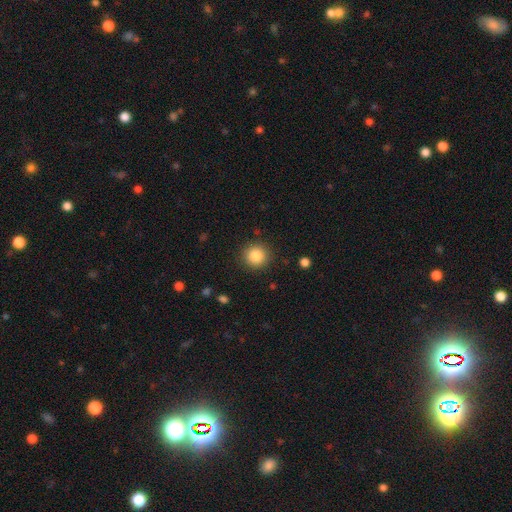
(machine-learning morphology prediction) A smooth galaxy with no disk features (85%) that is round (93%). Merging: none (90%).